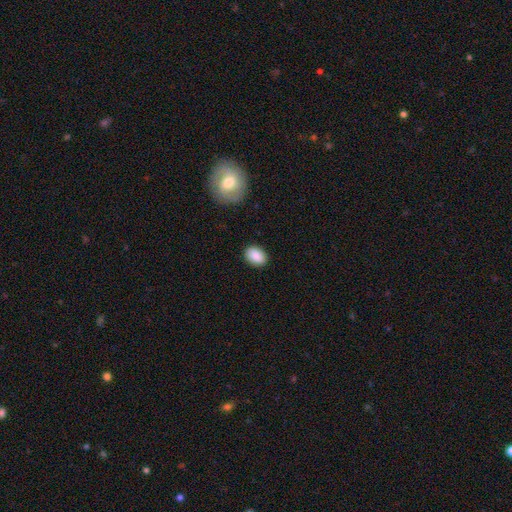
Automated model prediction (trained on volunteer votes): Smooth or featured? smooth (89%)
How rounded? in between (82%)
Merging? none (87%)